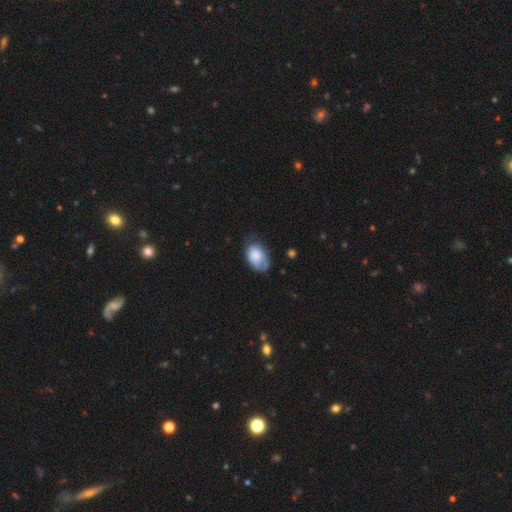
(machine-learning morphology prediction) Overall: smooth (74%). How rounded: in between (88%). Merging: none (50%; minor disturbance 35%).